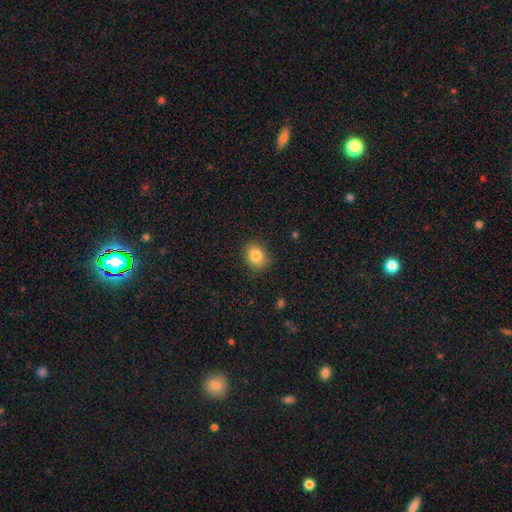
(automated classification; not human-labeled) Smooth or featured? smooth (85%)
How rounded? round (57%)
Merging? none (84%)